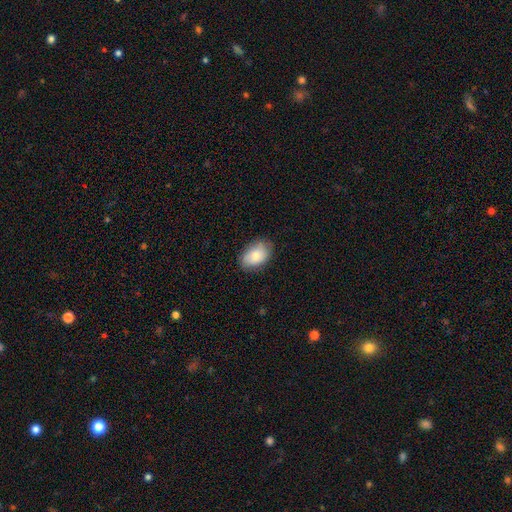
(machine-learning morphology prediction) Smooth or featured? smooth (81%)
How rounded? in between (90%)
Merging? none (80%)